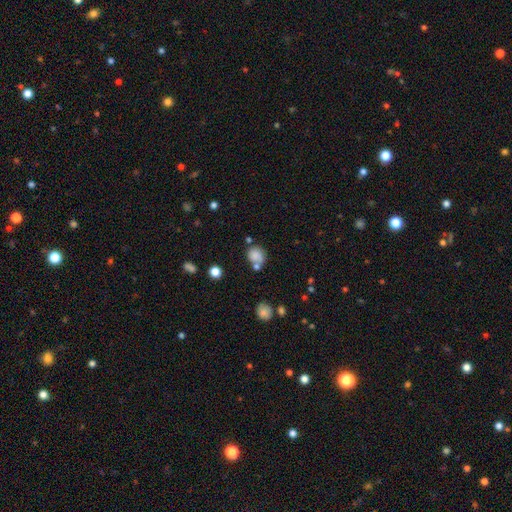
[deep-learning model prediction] smooth 80%, star or artifact 11%, featured or disk 9%. Down the decision tree: how rounded — round (76%); merging — none (52%).